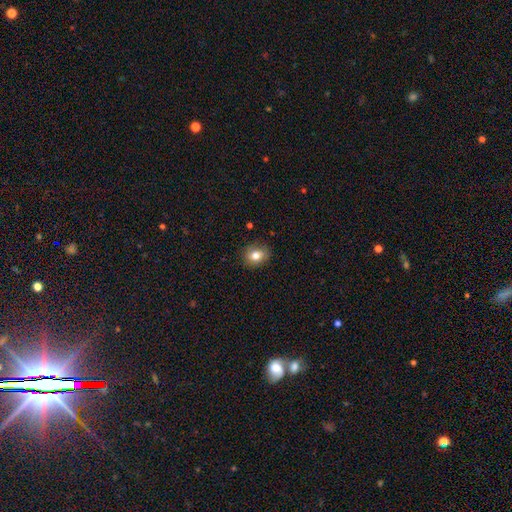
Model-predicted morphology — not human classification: The model was most divided on "how rounded": round: 59%, in between: 40%, cigar-shaped: 1%. More confident: merging — none (82%); smooth or featured — smooth (79%).